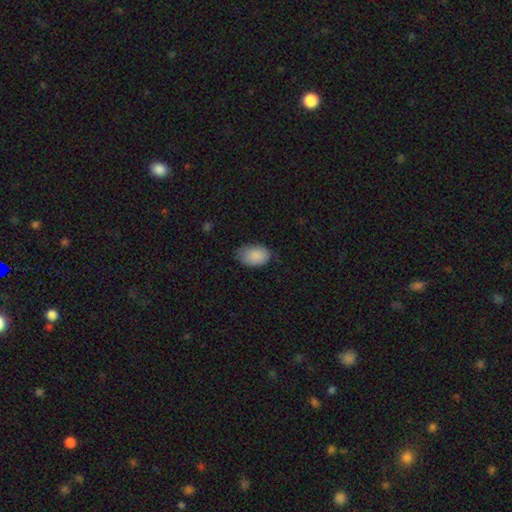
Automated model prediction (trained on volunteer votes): smooth_or_featured: smooth (p=0.88) [alt: star or artifact p=0.07]
how_rounded: in between (p=0.88) [alt: round p=0.11]
merging: none (p=0.65) [alt: minor disturbance p=0.28]